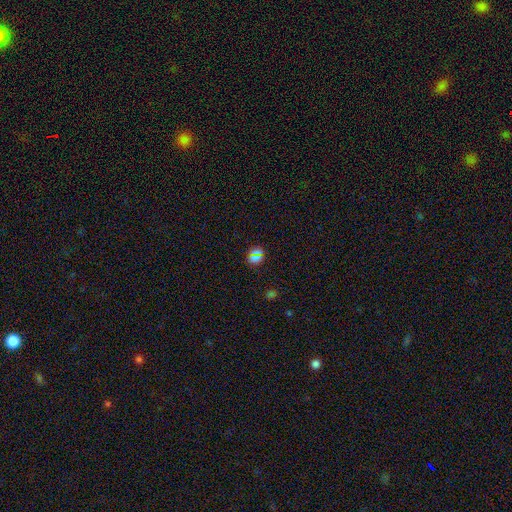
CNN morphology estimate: A smooth galaxy with no disk features (55%) that is round (80%). Merging: none (85%).